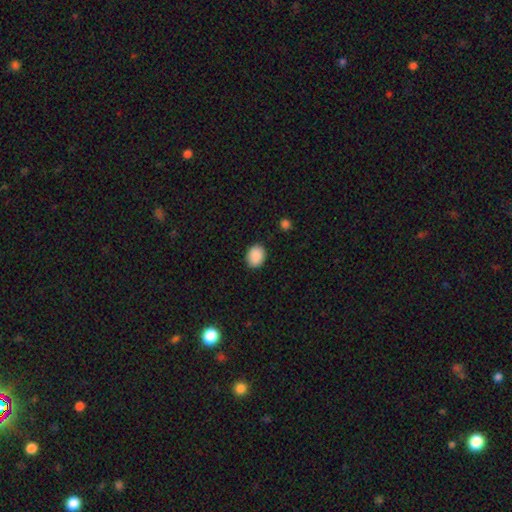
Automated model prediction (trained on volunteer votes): Smooth or featured: smooth — 90% (star or artifact — 7%)
How rounded: in between — 59% (round — 40%)
Merging: none — 88% (minor disturbance — 8%)